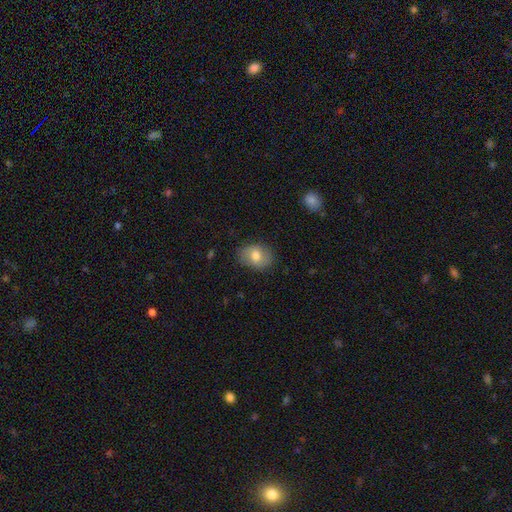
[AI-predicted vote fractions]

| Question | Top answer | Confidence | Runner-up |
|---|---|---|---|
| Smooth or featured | smooth | 73% | featured or disk (20%) |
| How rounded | in between | 63% | round (36%) |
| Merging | none | 82% | minor disturbance (14%) |